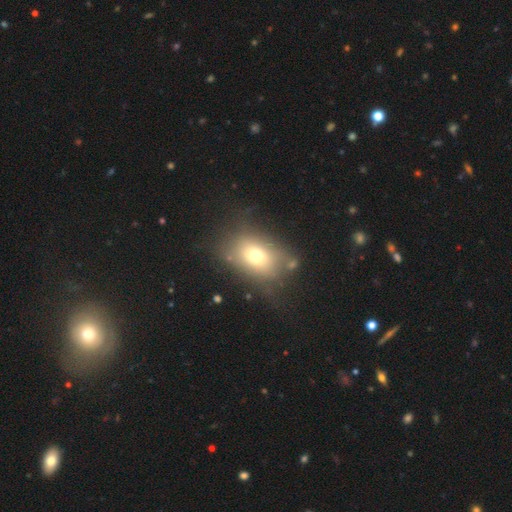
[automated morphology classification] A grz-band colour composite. It shows a smooth galaxy with no disk features (68%) that is in between round and cigar-shaped (74%). Merging: none (61%).